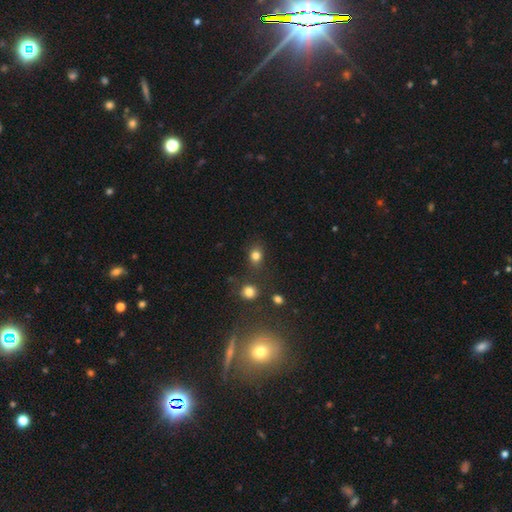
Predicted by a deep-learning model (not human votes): This appears to be a smooth galaxy with no disk features (80%) that is round (59%). Merging: none (74%).